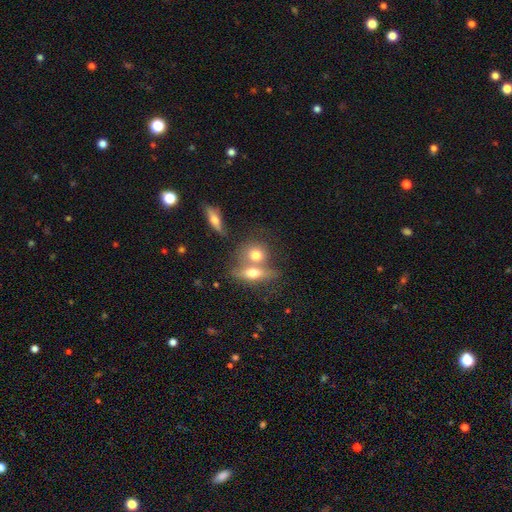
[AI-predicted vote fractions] A smooth galaxy with no disk features (66%) that is in between round and cigar-shaped (46%).

Vote fractions:
- Smooth or featured? smooth: 66% / featured or disk: 25% / star or artifact: 9%
- How rounded? in between: 46% / round: 45% / cigar-shaped: 9%
- Merging? merger: 52% / none: 34% / minor disturbance: 9% / major disturbance: 5%